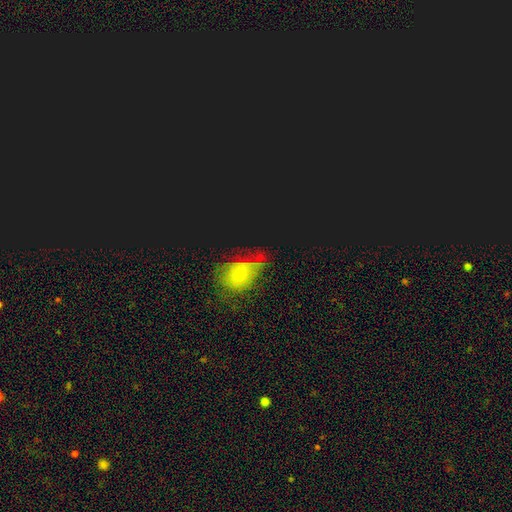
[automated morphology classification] Smooth or featured?
  - star or artifact: 42% *
  - smooth: 37%
  - featured or disk: 21%